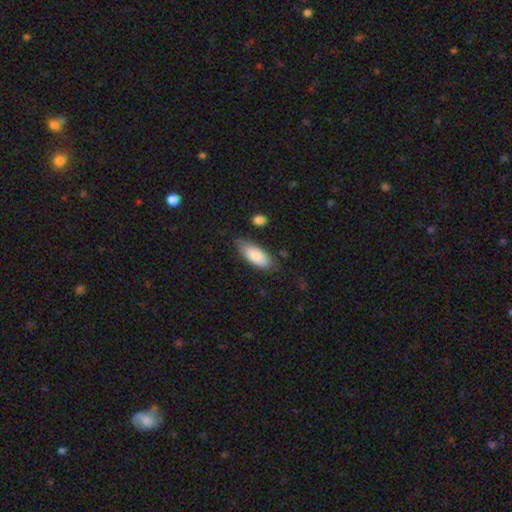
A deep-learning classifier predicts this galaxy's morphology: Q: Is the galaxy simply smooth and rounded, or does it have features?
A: smooth — 84%.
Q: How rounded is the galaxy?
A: in between — 80%.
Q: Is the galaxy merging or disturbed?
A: none — 72%.